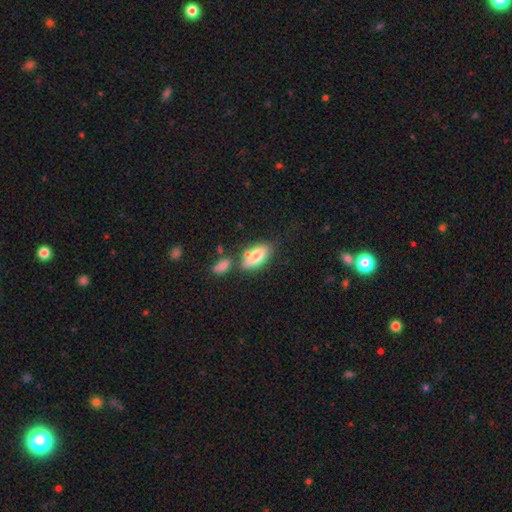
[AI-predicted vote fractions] Smooth or featured?
  - smooth: 72% *
  - featured or disk: 20%
  - star or artifact: 8%
How rounded?
  - in between: 85% *
  - cigar-shaped: 11%
  - round: 4%
Merging?
  - none: 51% *
  - merger: 24%
  - minor disturbance: 18%
  - major disturbance: 7%